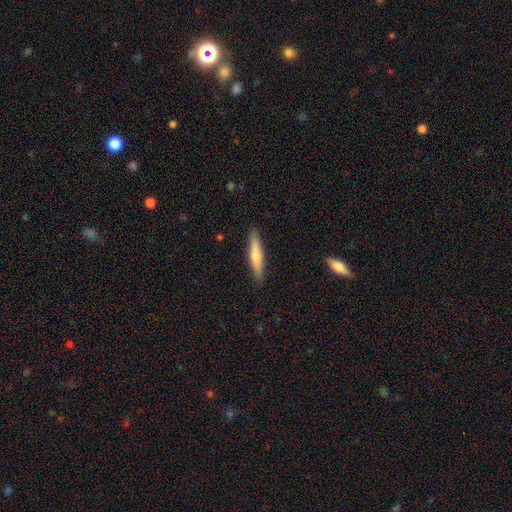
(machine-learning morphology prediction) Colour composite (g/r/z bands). It shows a smooth galaxy with no disk features (55%) that is cigar-shaped (88%). Merging: none (89%).